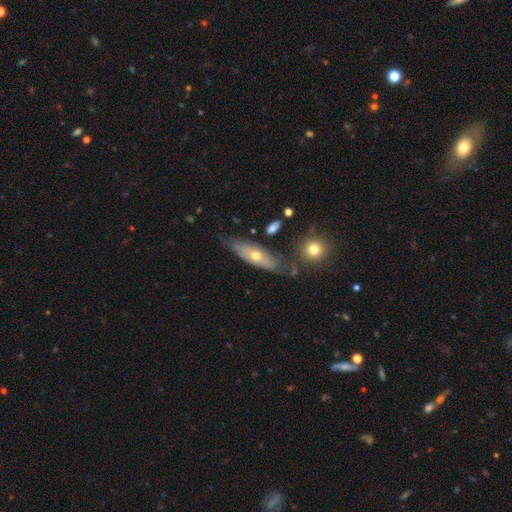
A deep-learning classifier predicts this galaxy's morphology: type=featured or disk (48%); merging=none (65%).